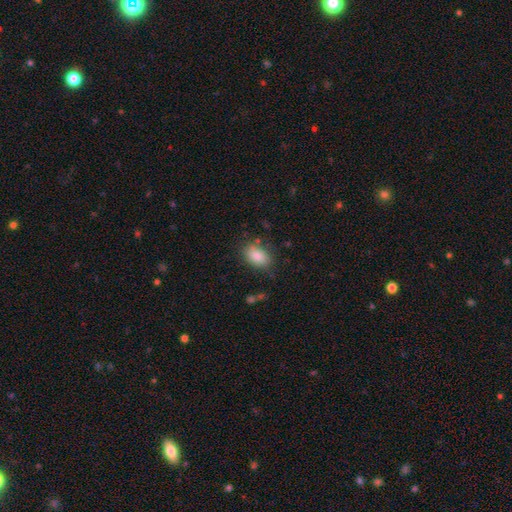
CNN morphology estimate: smooth 87%, star or artifact 8%, featured or disk 6%. Down the decision tree: how rounded — in between (90%); merging — none (78%).